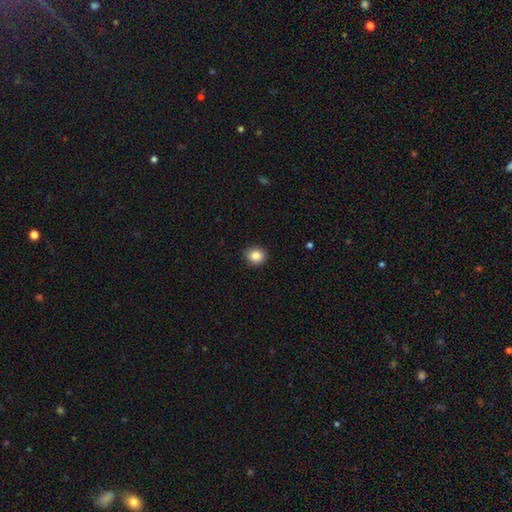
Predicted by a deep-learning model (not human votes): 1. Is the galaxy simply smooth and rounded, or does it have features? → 86% smooth, 10% star or artifact, 5% featured or disk.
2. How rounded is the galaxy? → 82% round, 17% in between, 1% cigar-shaped.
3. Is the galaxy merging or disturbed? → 90% none, 8% minor disturbance, 2% major disturbance, 1% merger.